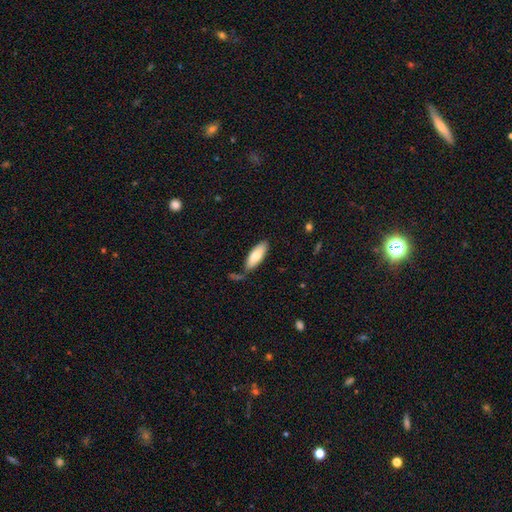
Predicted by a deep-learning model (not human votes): Smooth or featured?
  - smooth: 76% *
  - featured or disk: 18%
  - star or artifact: 6%
How rounded?
  - in between: 69% *
  - cigar-shaped: 29%
  - round: 2%
Merging?
  - none: 67% *
  - minor disturbance: 20%
  - merger: 8%
  - major disturbance: 5%